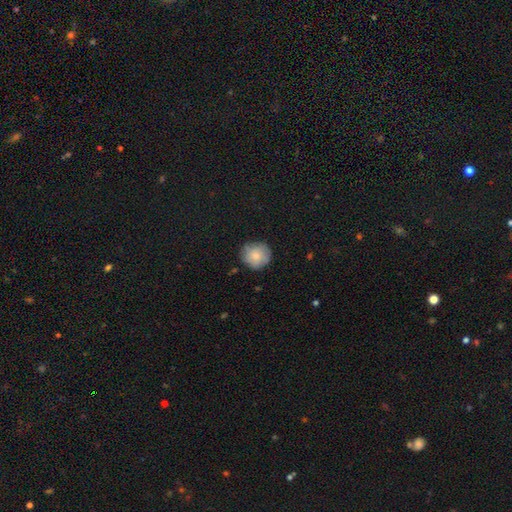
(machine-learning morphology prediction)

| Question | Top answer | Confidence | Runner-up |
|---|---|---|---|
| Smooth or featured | smooth | 77% | featured or disk (15%) |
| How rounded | round | 90% | in between (9%) |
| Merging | none | 78% | minor disturbance (17%) |